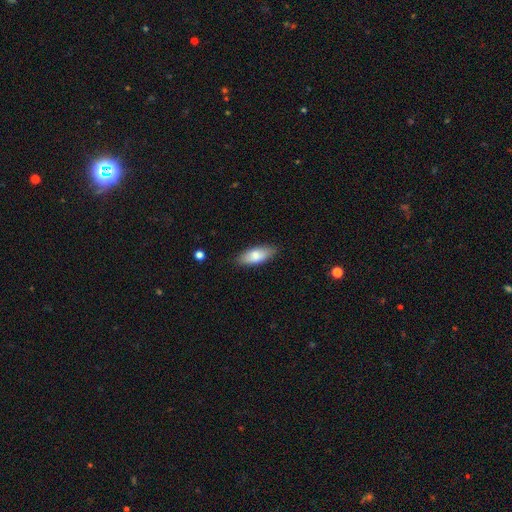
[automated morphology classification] Smooth or featured: smooth — 79% (featured or disk — 15%)
How rounded: in between — 79% (cigar-shaped — 19%)
Merging: none — 85% (minor disturbance — 12%)